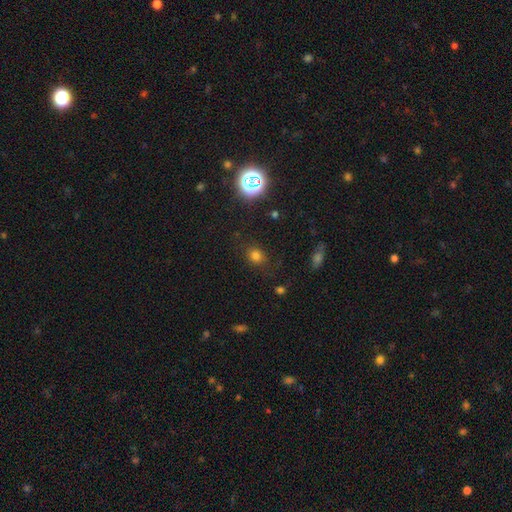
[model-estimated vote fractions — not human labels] Smooth or featured: smooth — 73% (star or artifact — 21%)
How rounded: round — 67% (in between — 32%)
Merging: none — 83% (minor disturbance — 11%)